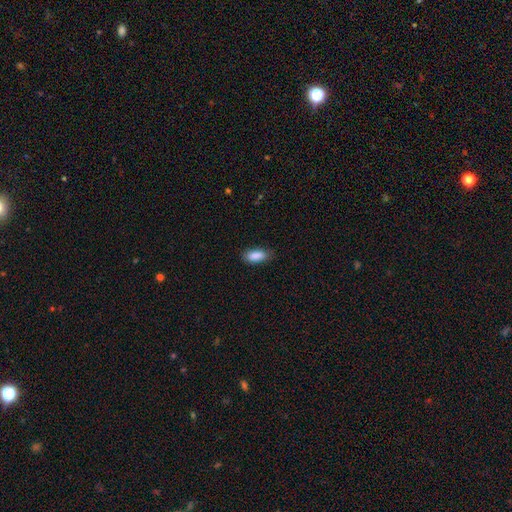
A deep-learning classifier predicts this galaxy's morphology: smooth 89%, star or artifact 7%, featured or disk 4%. Down the decision tree: how rounded — in between (87%); merging — none (81%).